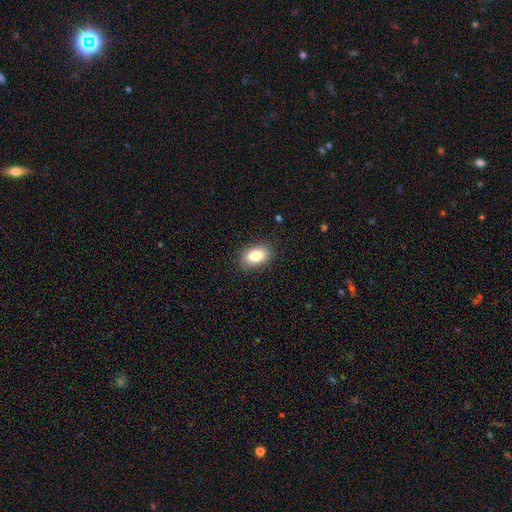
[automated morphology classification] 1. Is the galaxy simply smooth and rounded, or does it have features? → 84% smooth, 8% featured or disk, 8% star or artifact.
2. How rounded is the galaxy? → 89% in between, 9% round, 1% cigar-shaped.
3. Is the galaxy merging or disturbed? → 86% none, 11% minor disturbance, 3% major disturbance, 1% merger.